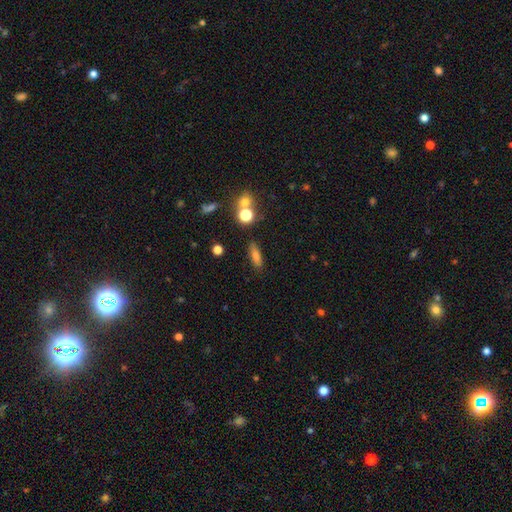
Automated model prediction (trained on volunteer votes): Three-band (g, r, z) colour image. It shows a smooth galaxy with no disk features (71%) that is in between round and cigar-shaped (46%, tied with cigar-shaped). Merging: none (81%).